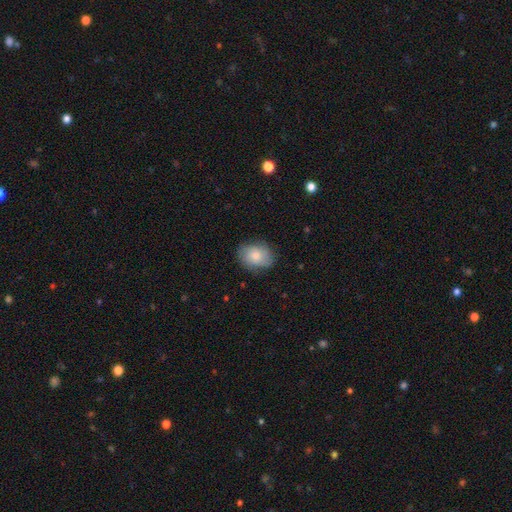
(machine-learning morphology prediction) smooth-or-featured: smooth: 71% | featured or disk: 22% | star or artifact: 7%
  how-rounded: in between: 56% | round: 43% | cigar-shaped: 1%
  merging: none: 78% | minor disturbance: 17% | major disturbance: 4% | merger: 1%